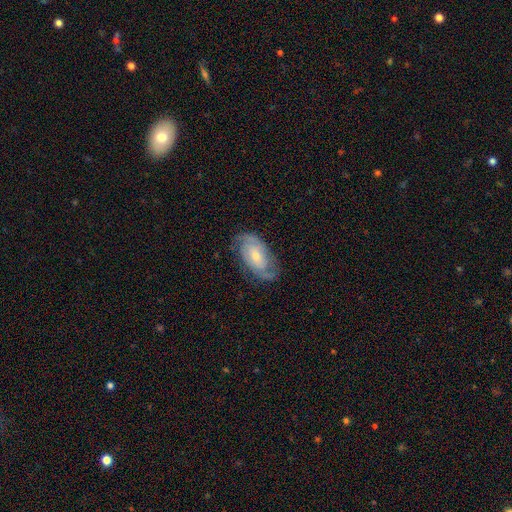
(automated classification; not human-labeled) The model was most divided on "spiral winding": tight: 49%, medium: 38%, loose: 13%. More confident: edge-on disk — no (95%); spiral arms — yes (92%); smooth or featured — featured or disk (78%); merging — none (74%); spiral arm count — 2 (67%); bar — no (59%); bulge size — small (57%).